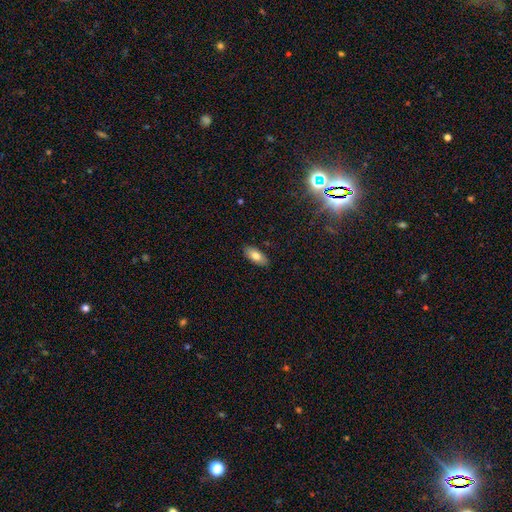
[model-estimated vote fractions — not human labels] smooth-or-featured: smooth: 79% | featured or disk: 14% | star or artifact: 7%
  how-rounded: in between: 88% | cigar-shaped: 9% | round: 2%
  merging: none: 89% | minor disturbance: 8% | major disturbance: 2% | merger: 1%